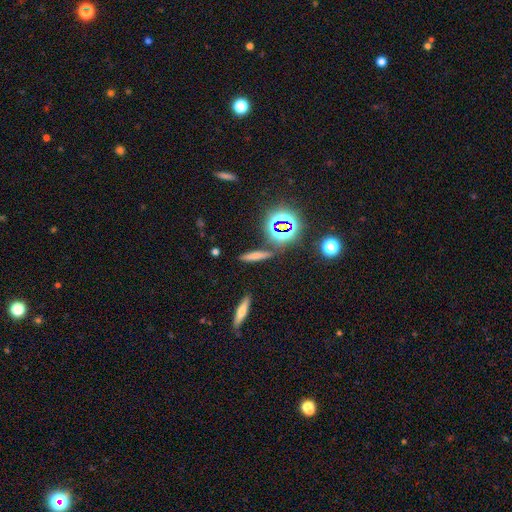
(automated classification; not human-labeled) This appears to be a smooth galaxy with no disk features (60%) that is cigar-shaped (79%). Merging: none (82%).